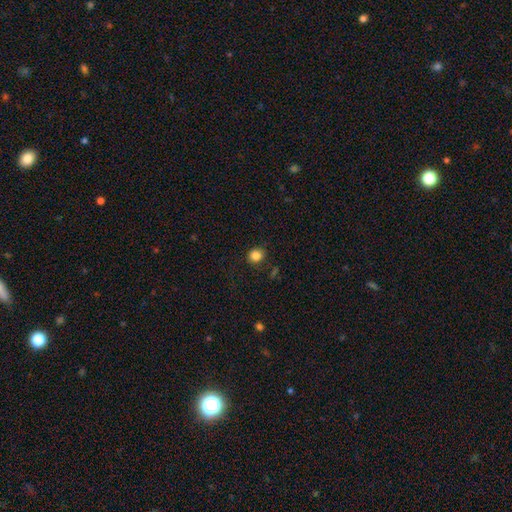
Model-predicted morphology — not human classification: This is clearly a smooth galaxy (84%). How rounded: clearly round (81%). Merging: clearly none (86%).